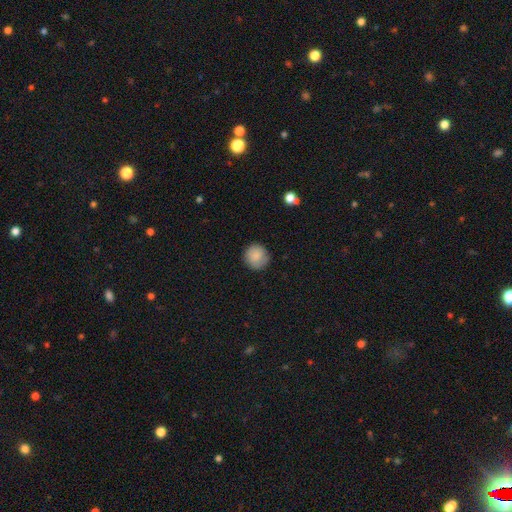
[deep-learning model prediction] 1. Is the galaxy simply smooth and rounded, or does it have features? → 85% smooth, 8% star or artifact, 7% featured or disk.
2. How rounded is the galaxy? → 93% round, 6% in between, 1% cigar-shaped.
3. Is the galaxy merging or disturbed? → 86% none, 11% minor disturbance, 3% major disturbance, 1% merger.